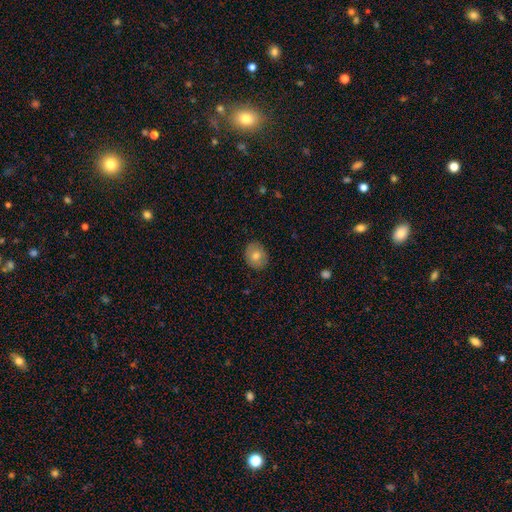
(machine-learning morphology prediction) The model was most divided on "how rounded": round: 60%, in between: 39%, cigar-shaped: 1%. More confident: merging — none (87%); smooth or featured — smooth (75%).